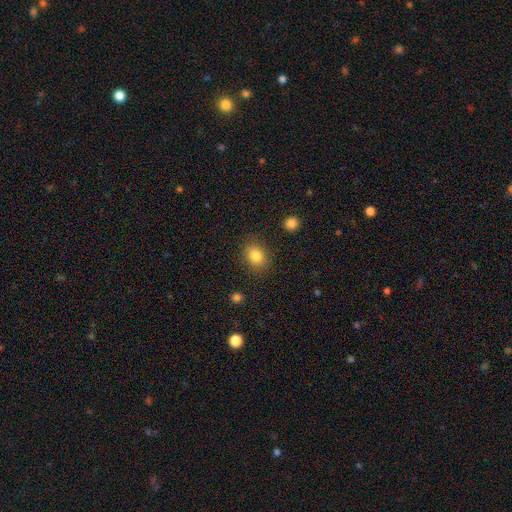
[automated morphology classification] Smooth or featured? Predicted: smooth (p=0.82). How rounded? Predicted: round (p=0.52). Merging? Predicted: none (p=0.84).